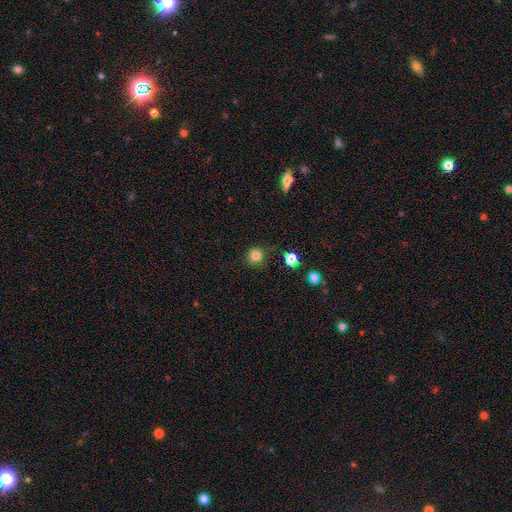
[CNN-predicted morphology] Q: Smooth or featured?
A: smooth (83%); runner-up: star or artifact (12%)
Q: How rounded?
A: round (93%); runner-up: in between (6%)
Q: Merging?
A: none (79%); runner-up: minor disturbance (13%)